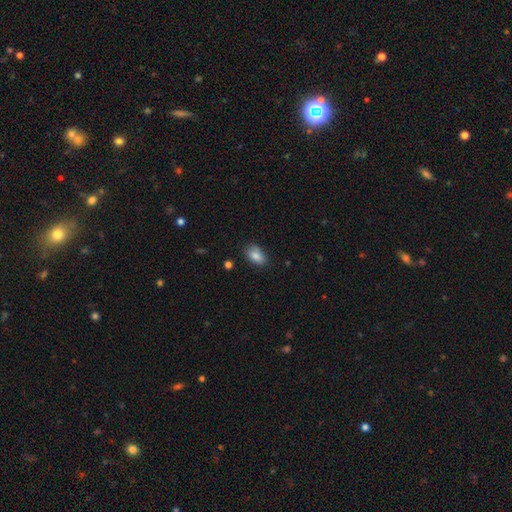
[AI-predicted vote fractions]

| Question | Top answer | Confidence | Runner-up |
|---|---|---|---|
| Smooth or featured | smooth | 85% | star or artifact (8%) |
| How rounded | in between | 90% | round (8%) |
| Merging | none | 76% | minor disturbance (19%) |